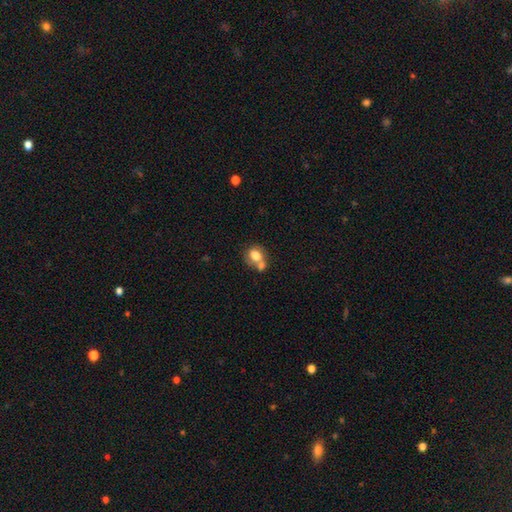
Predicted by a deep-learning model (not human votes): Smooth or featured: smooth — 72% (featured or disk — 19%)
How rounded: round — 51% (in between — 48%)
Merging: merger — 46% (none — 36%)